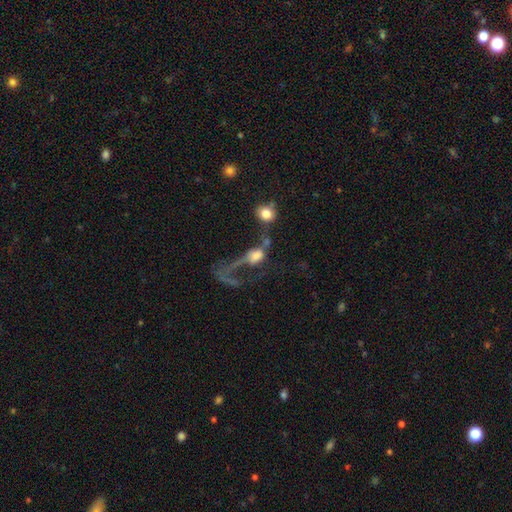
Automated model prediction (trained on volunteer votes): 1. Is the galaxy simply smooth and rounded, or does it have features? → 47% smooth, 42% featured or disk, 11% star or artifact.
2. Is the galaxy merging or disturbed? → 45% major disturbance, 35% merger, 13% none, 7% minor disturbance.